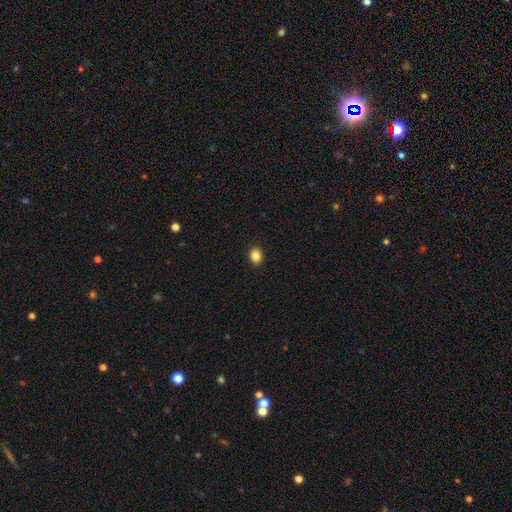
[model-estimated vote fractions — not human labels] Overall: smooth (85%). How rounded: round (56%; in between 43%). Merging: none (91%).